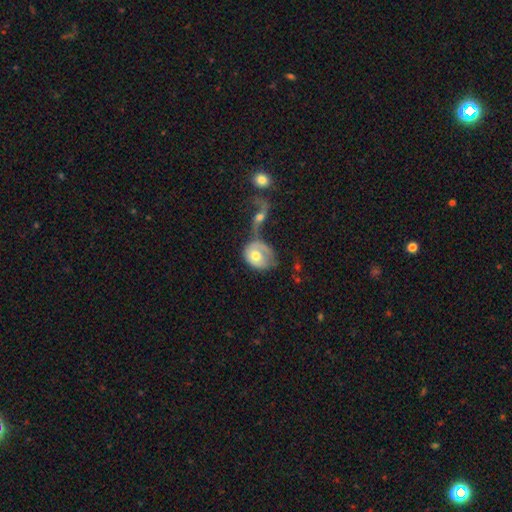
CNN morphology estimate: Smooth or featured? Predicted: smooth (p=0.52). How rounded? Predicted: in between (p=0.52). Merging? Predicted: merger (p=0.43).